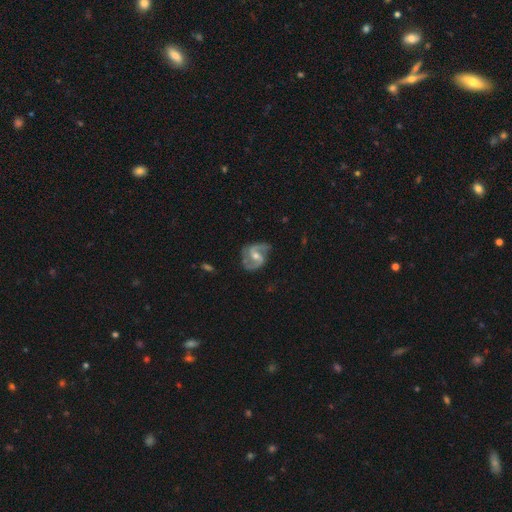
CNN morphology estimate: This is clearly a featured or disk galaxy (90%). It is clearly not viewed edge-on (98%). Bar: possibly weak (51%). Spiral arm pattern: clearly yes (97%). Spiral arm count: clearly 2 (92%). Spiral winding: possibly medium (56%). Central bulge: likely moderate (61%). Merging: likely none (74%).